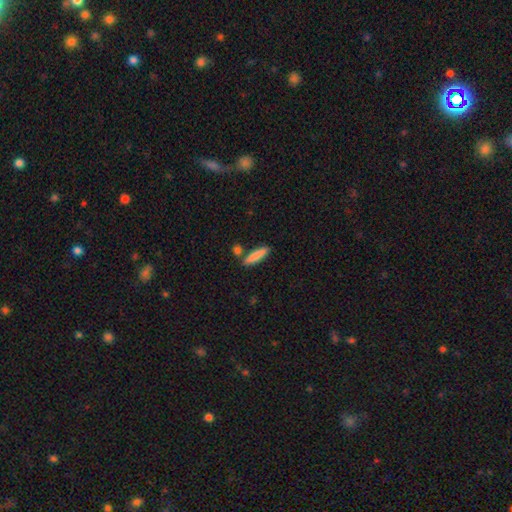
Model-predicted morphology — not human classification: The model was most divided on "how rounded": cigar-shaped: 80%, in between: 18%, round: 2%. More confident: smooth or featured — smooth (84%); merging — none (79%).